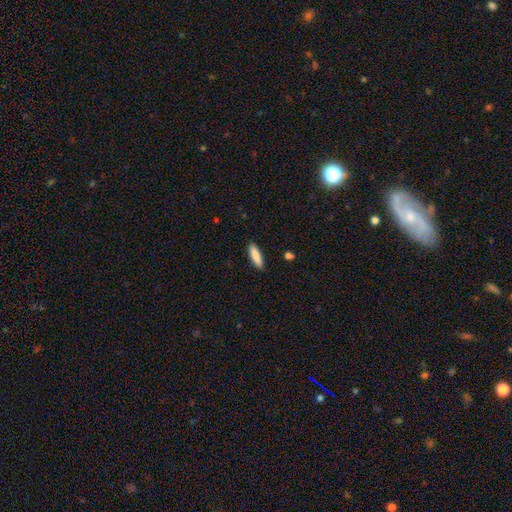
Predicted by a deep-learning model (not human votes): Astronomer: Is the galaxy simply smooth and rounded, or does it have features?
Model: smooth — 86%.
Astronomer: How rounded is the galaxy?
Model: cigar-shaped — 68%.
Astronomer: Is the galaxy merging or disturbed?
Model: none — 88%.